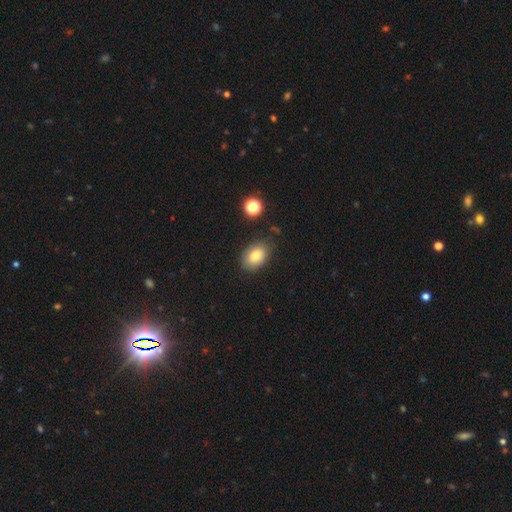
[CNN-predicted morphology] type=smooth (82%); roundness=in between (85%); merging=none (80%).